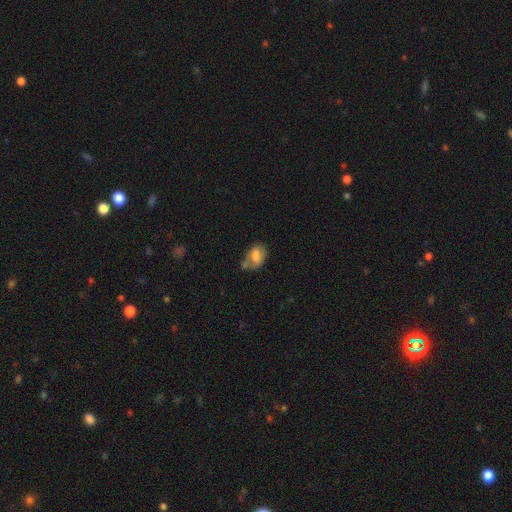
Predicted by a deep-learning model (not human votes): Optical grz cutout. It shows a smooth galaxy with no disk features (67%) that is in between round and cigar-shaped (84%). Merging: none (37%).